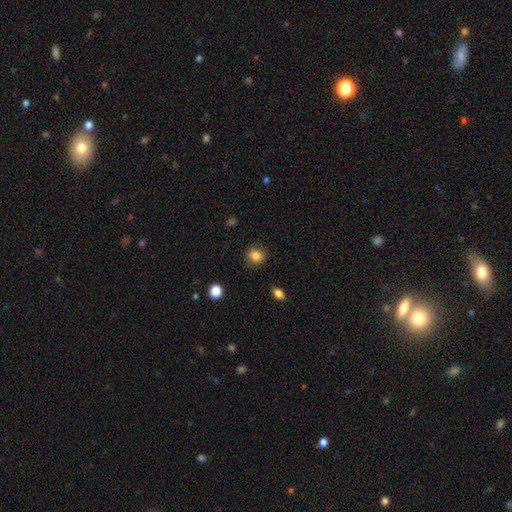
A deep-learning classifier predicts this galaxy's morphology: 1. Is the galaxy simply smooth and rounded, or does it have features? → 84% smooth, 11% star or artifact, 6% featured or disk.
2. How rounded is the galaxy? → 79% round, 20% in between, 1% cigar-shaped.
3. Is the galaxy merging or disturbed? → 84% none, 11% minor disturbance, 3% major disturbance, 1% merger.